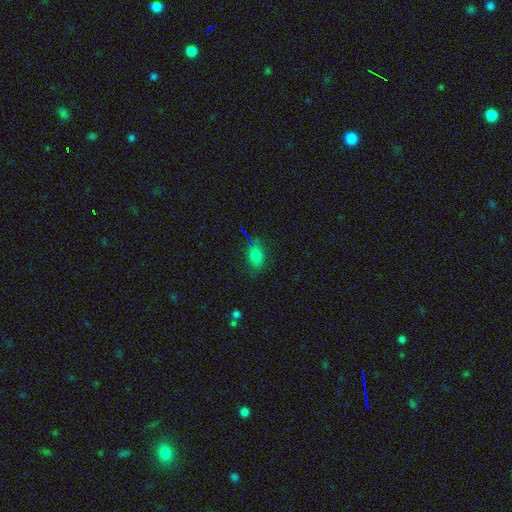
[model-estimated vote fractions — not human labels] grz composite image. It shows a smooth galaxy with no disk features (72%) that is in between round and cigar-shaped (69%). Merging: none (74%).